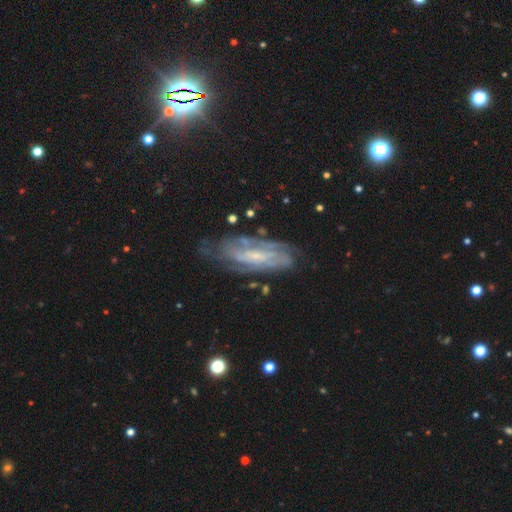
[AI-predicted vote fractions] A featured or disk galaxy (76%) with no bar (42%), tight (59%) spiral arms (87%) and a small central bulge (62%). Merging: none (69%).